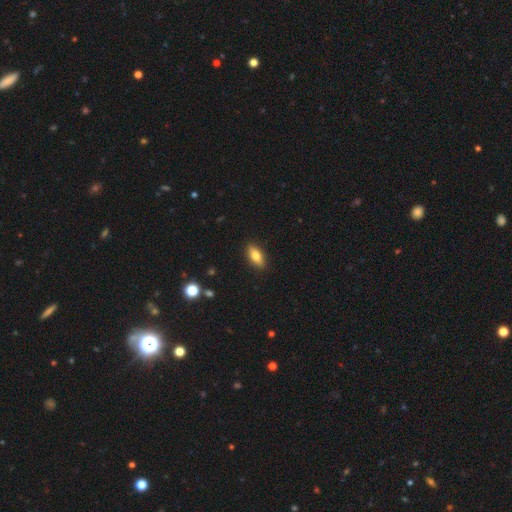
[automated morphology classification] A smooth galaxy with no disk features (79%) that is in between round and cigar-shaped (83%). Merging: none (89%).